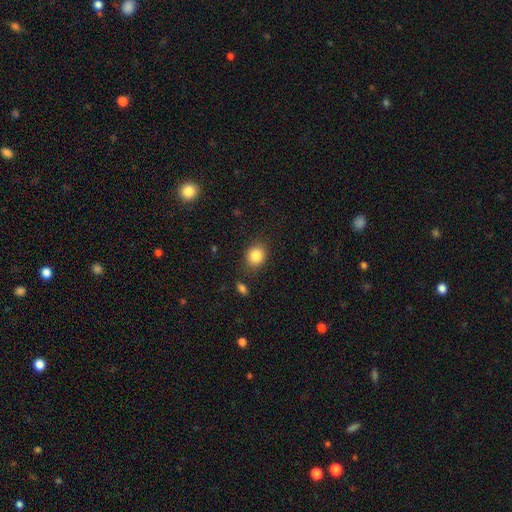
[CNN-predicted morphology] Smooth or featured?
  - smooth: 86% *
  - star or artifact: 9%
  - featured or disk: 5%
How rounded?
  - round: 62% *
  - in between: 37%
  - cigar-shaped: 1%
Merging?
  - none: 82% *
  - minor disturbance: 12%
  - major disturbance: 4%
  - merger: 3%